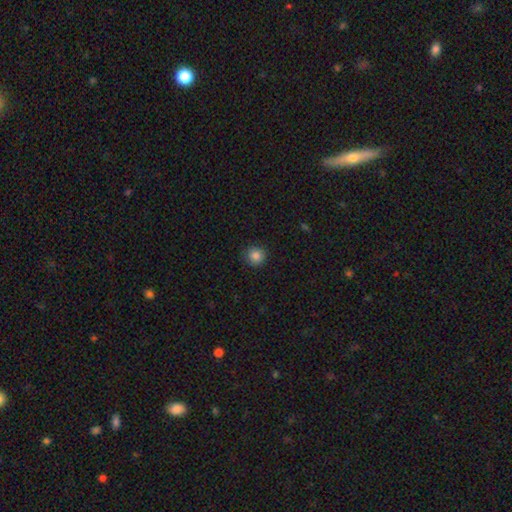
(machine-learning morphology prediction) The model was most divided on "smooth or featured": smooth: 86%, star or artifact: 11%, featured or disk: 3%. More confident: how rounded — round (92%); merging — none (90%).